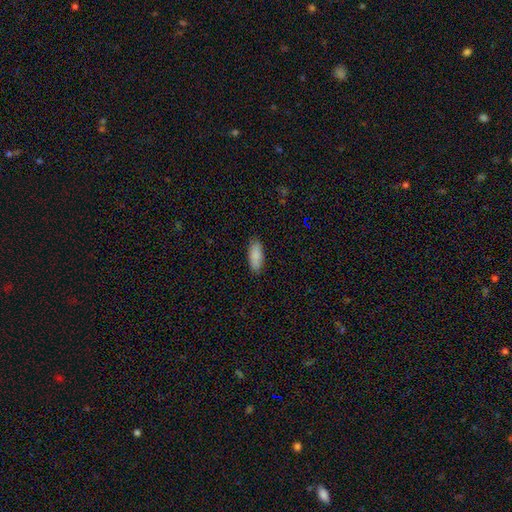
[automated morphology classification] smooth 87%, featured or disk 7%, star or artifact 6%. Down the decision tree: how rounded — in between (80%); merging — none (87%).